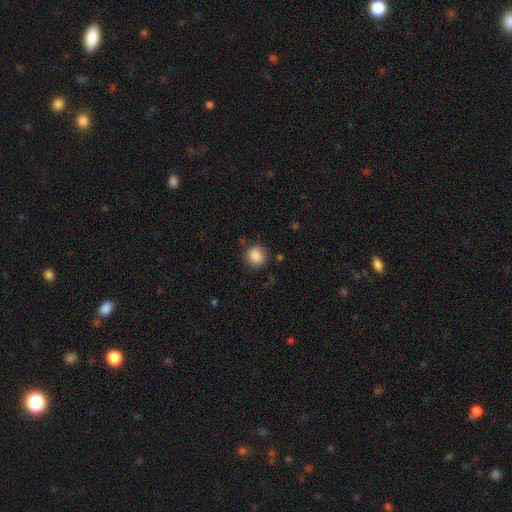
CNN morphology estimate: This is clearly a smooth galaxy (87%). How rounded: clearly round (82%). Merging: clearly none (82%).